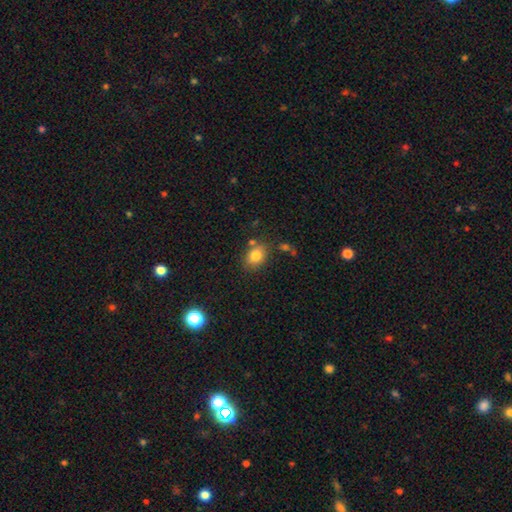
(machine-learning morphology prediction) This appears to be a smooth galaxy with no disk features (81%) that is in between round and cigar-shaped (60%). Merging: none (75%).